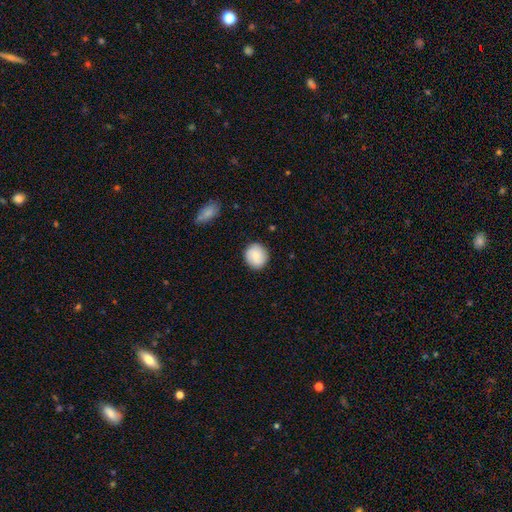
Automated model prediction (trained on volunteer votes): Smooth or featured? smooth (77%)
How rounded? round (85%)
Merging? none (87%)